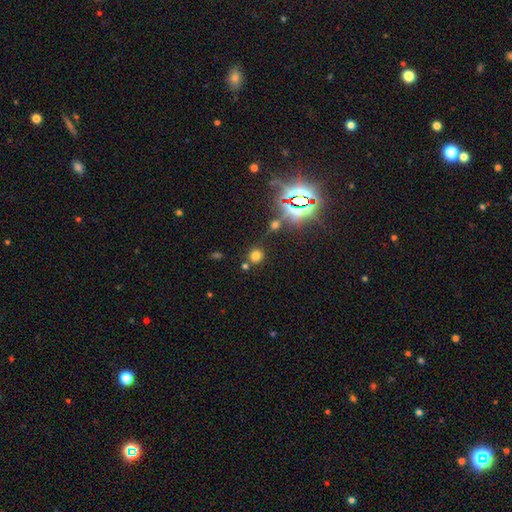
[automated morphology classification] Q: Smooth or featured?
A: smooth (69%); runner-up: star or artifact (24%)
Q: How rounded?
A: round (87%); runner-up: in between (12%)
Q: Merging?
A: none (78%); runner-up: merger (10%)